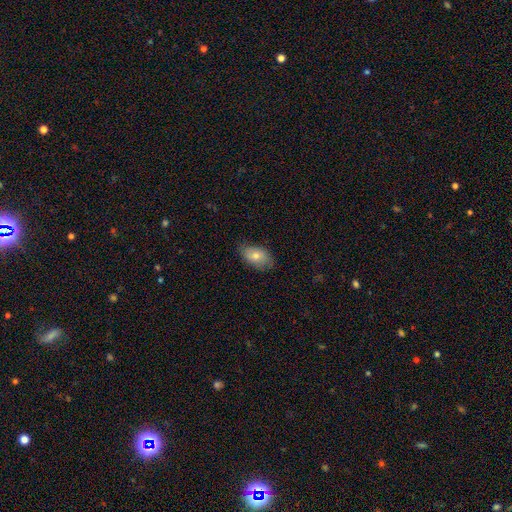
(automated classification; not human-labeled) smooth-or-featured: smooth: 71% | featured or disk: 22% | star or artifact: 7%
  how-rounded: in between: 92% | round: 6% | cigar-shaped: 2%
  merging: none: 78% | minor disturbance: 18% | major disturbance: 3% | merger: 1%